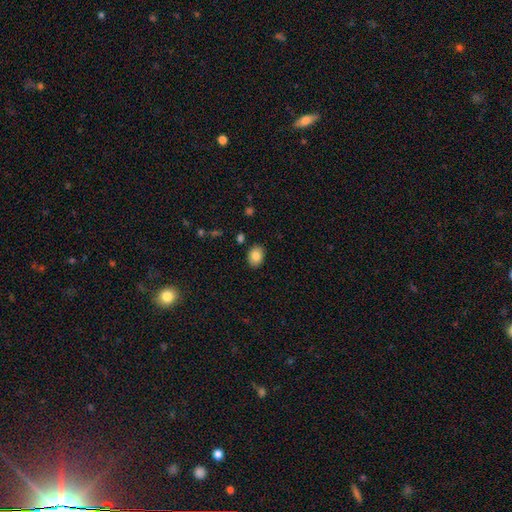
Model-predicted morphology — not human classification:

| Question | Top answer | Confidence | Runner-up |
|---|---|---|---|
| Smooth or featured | smooth | 84% | star or artifact (8%) |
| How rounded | in between | 66% | round (33%) |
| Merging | none | 87% | minor disturbance (9%) |